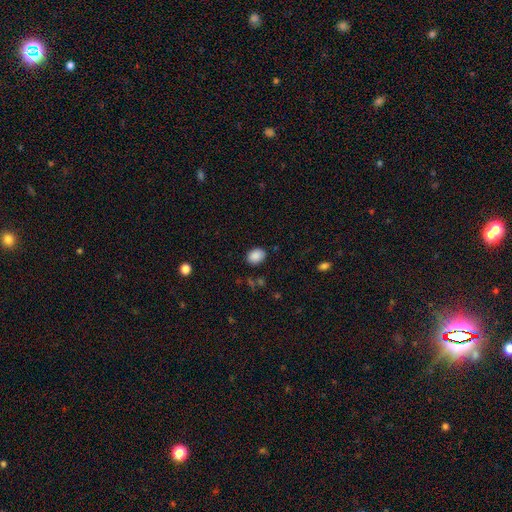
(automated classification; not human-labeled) Morphology: type=smooth (88%); roundness=in between (68%); merging=none (86%).